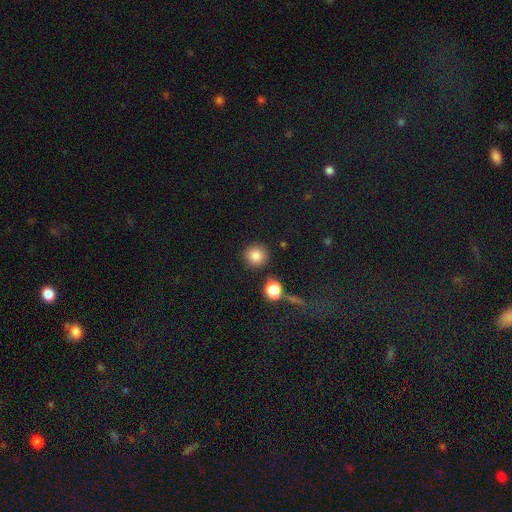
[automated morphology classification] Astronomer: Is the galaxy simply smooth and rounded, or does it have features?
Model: smooth — 84%.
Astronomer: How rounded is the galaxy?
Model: round — 92%.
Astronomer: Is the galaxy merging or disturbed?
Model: none — 86%.